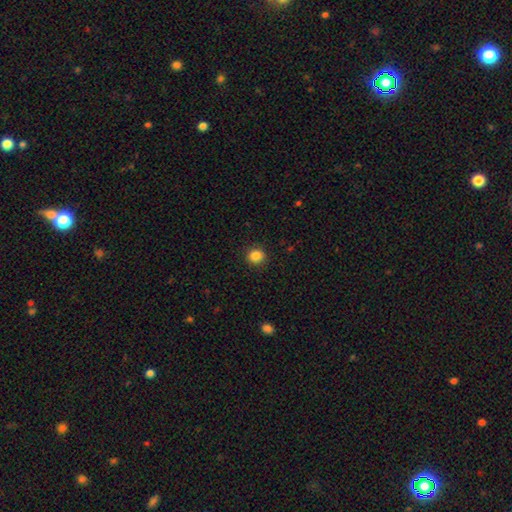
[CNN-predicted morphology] This is clearly a smooth galaxy (86%). How rounded: clearly round (83%). Merging: clearly none (91%).